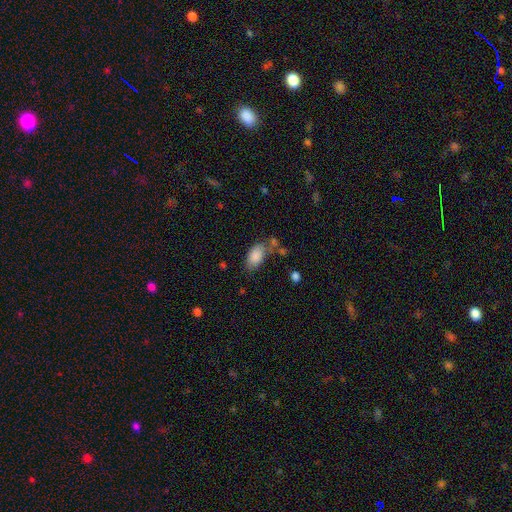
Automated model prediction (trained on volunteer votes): Smooth or featured? smooth (85%)
How rounded? in between (92%)
Merging? none (56%)